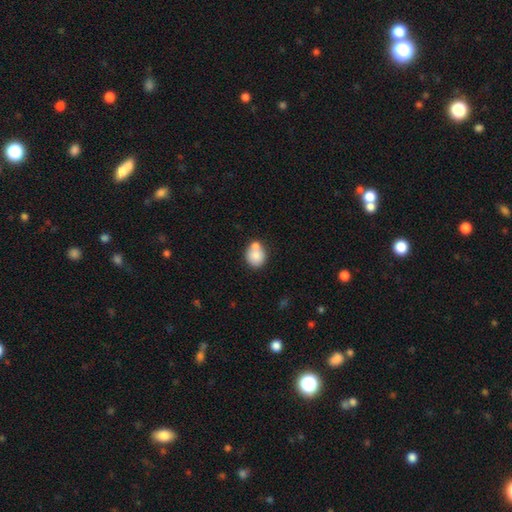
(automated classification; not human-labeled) The model was most divided on "merging": none: 48%, merger: 37%, minor disturbance: 12%, major disturbance: 4%. More confident: smooth or featured — smooth (78%); how rounded — round (75%).